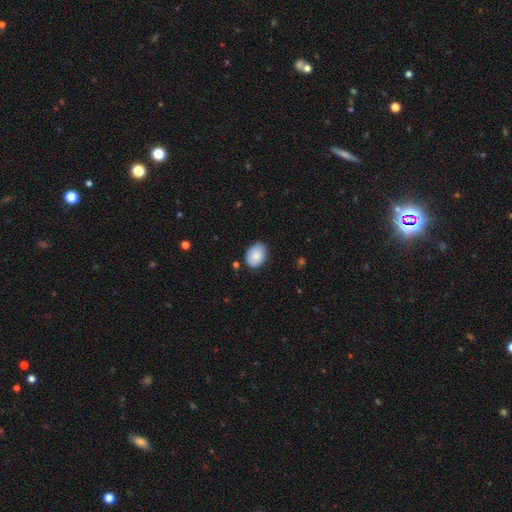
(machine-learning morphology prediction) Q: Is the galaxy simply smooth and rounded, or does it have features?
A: smooth — 84%.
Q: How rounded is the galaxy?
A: in between — 74%.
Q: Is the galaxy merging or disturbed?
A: none — 81%.